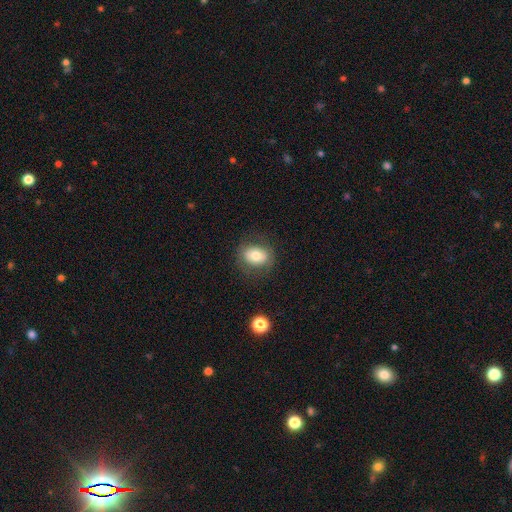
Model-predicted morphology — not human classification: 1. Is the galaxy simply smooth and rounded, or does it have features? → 73% smooth, 17% featured or disk, 9% star or artifact.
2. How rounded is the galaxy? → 57% in between, 42% round, 1% cigar-shaped.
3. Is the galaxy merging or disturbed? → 81% none, 12% minor disturbance, 5% major disturbance, 1% merger.